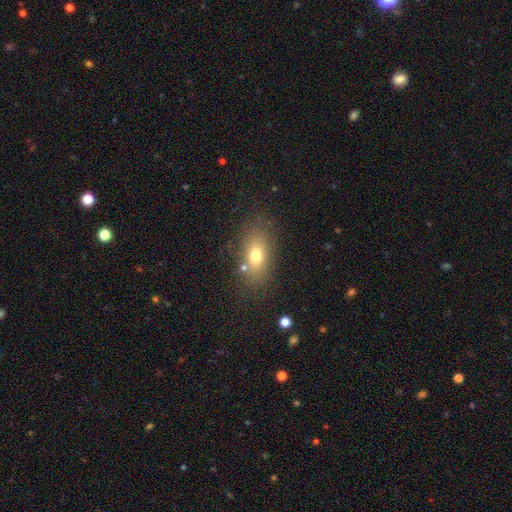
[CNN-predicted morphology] Overall: smooth (72%). How rounded: in between (81%). Merging: none (77%).